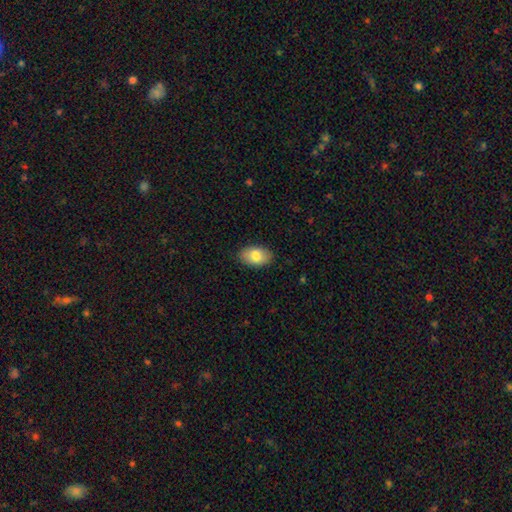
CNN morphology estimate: Smooth or featured: smooth — 82% (featured or disk — 11%)
How rounded: in between — 91% (round — 8%)
Merging: none — 87% (minor disturbance — 10%)